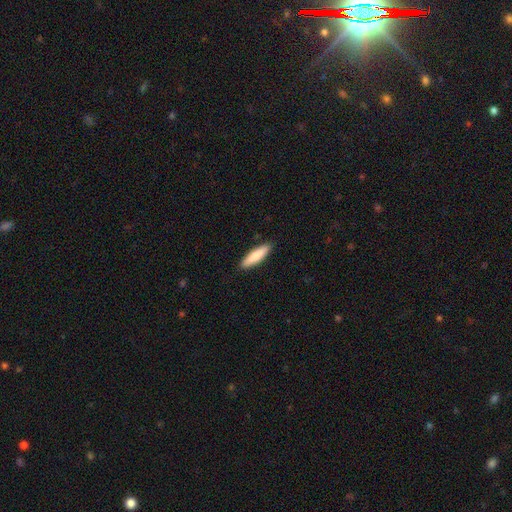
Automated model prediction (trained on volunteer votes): This appears to be a smooth galaxy with no disk features (82%) that is cigar-shaped (74%). Merging: none (90%).